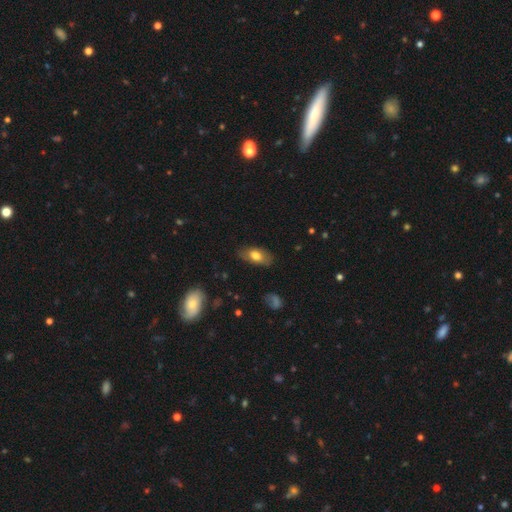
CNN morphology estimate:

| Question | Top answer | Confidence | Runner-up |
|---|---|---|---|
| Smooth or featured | smooth | 71% | featured or disk (21%) |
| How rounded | in between | 89% | cigar-shaped (6%) |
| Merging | none | 79% | minor disturbance (17%) |